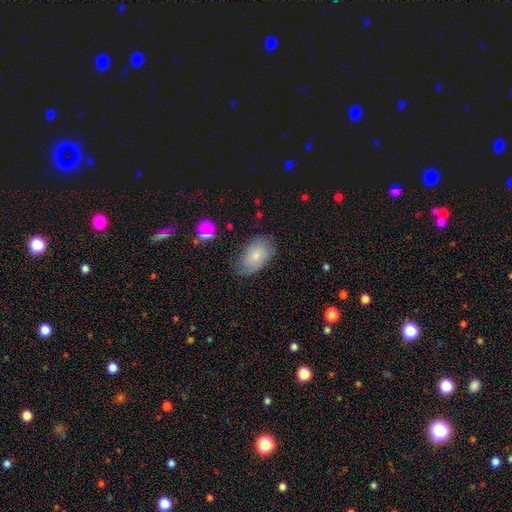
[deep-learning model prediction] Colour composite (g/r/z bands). It shows a smooth galaxy with no disk features (70%) that is in between round and cigar-shaped (92%). Merging: none (72%).